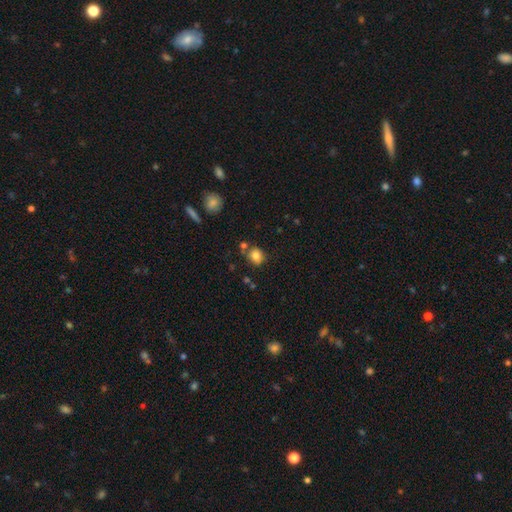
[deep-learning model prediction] Smooth or featured? smooth (80%)
How rounded? round (75%)
Merging? none (68%)